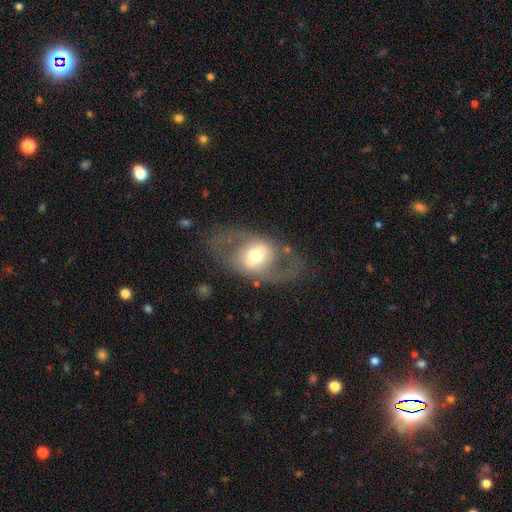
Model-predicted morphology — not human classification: smooth_or_featured: featured or disk (p=0.60) [alt: smooth p=0.33]
disk_edge_on: no (p=0.90) [alt: yes p=0.10]
bar: no (p=0.34) [tied with: weak p=0.34]
has_spiral_arms: no (p=0.63) [alt: yes p=0.37]
bulge_size: moderate (p=0.57) [alt: large p=0.21]
merging: none (p=0.70) [alt: minor disturbance p=0.14]